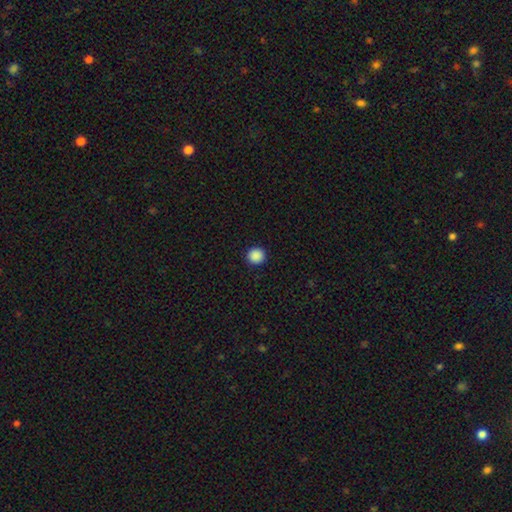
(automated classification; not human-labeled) Morphology: type=smooth (89%); roundness=round (95%); merging=none (93%).